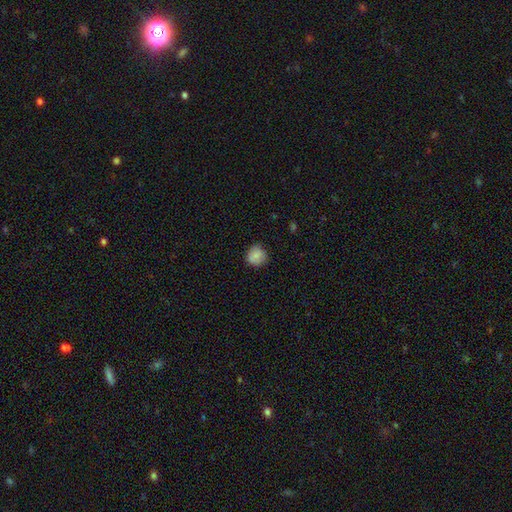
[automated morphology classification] This is clearly a smooth galaxy (84%). How rounded: clearly round (87%). Merging: likely none (79%).